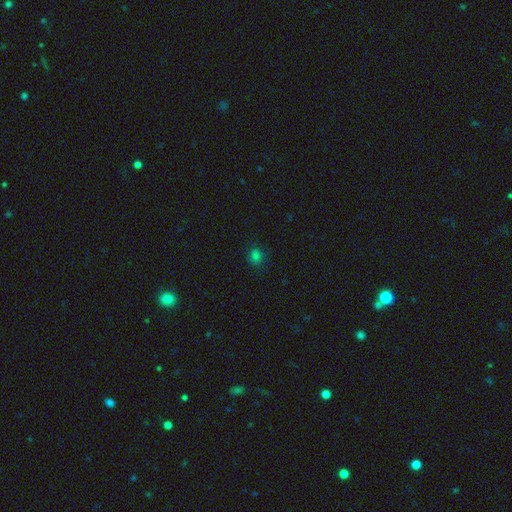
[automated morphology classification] smooth 74%, star or artifact 22%, featured or disk 4%. Down the decision tree: how rounded — round (55%); merging — none (79%).